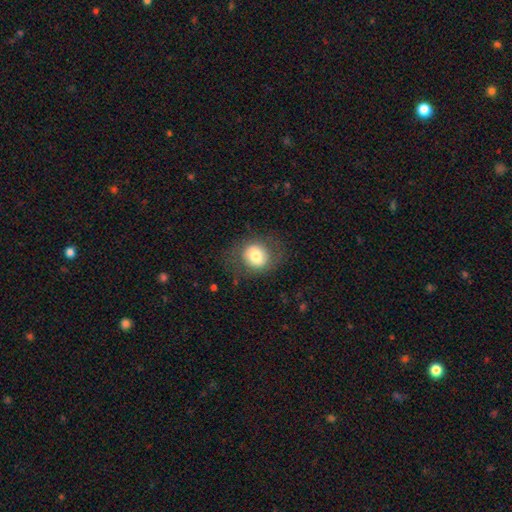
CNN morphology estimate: smooth 70%, featured or disk 21%, star or artifact 9%. Down the decision tree: how rounded — round (76%); merging — none (74%).